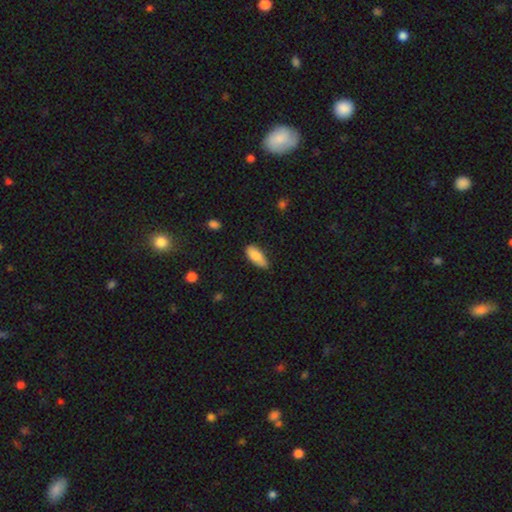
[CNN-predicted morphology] Smooth or featured: smooth — 85% (featured or disk — 9%)
How rounded: in between — 80% (cigar-shaped — 18%)
Merging: none — 64% (minor disturbance — 29%)